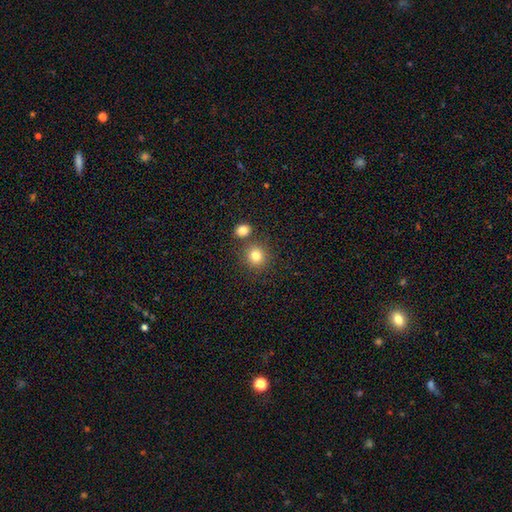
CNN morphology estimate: smooth_or_featured: smooth (p=0.81) [alt: star or artifact p=0.12]
how_rounded: round (p=0.88) [alt: in between p=0.11]
merging: none (p=0.76) [alt: merger p=0.13]